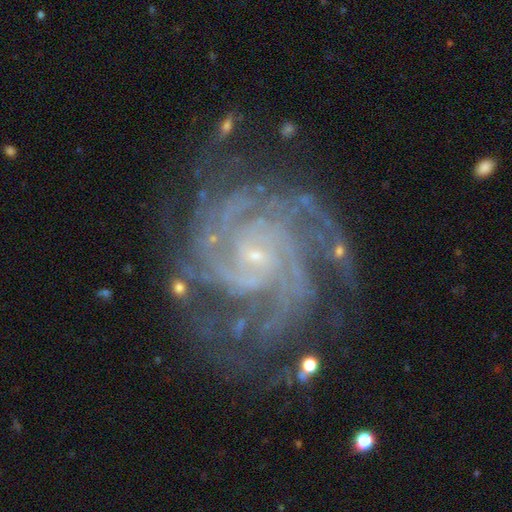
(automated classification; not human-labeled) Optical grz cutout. It shows a featured or disk galaxy (93%) with no bar (65%), 4 (29%) tight (72%) spiral arms (99%) and a small central bulge (86%). Merging: none (73%).